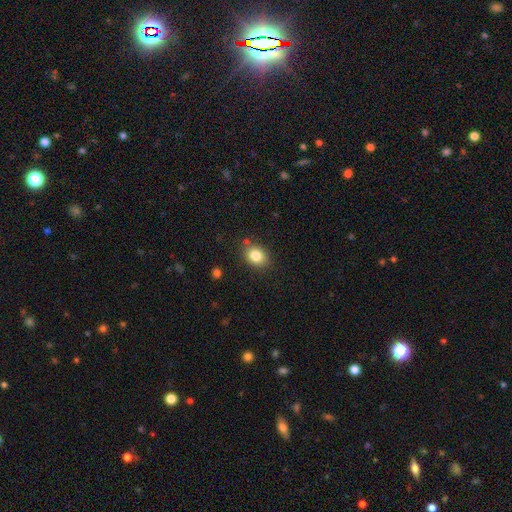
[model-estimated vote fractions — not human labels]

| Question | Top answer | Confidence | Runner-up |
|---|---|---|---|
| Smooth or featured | smooth | 83% | star or artifact (9%) |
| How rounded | in between | 64% | round (35%) |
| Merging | none | 79% | minor disturbance (14%) |